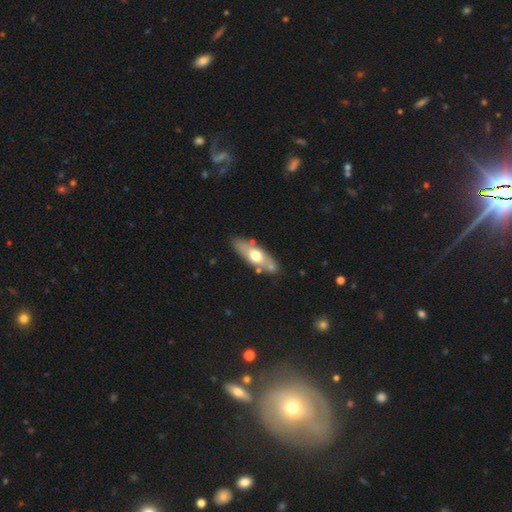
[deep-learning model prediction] smooth_or_featured: smooth (p=0.51) [alt: featured or disk p=0.44]
how_rounded: in between (p=0.60) [alt: cigar-shaped p=0.37]
merging: none (p=0.78) [alt: minor disturbance p=0.13]